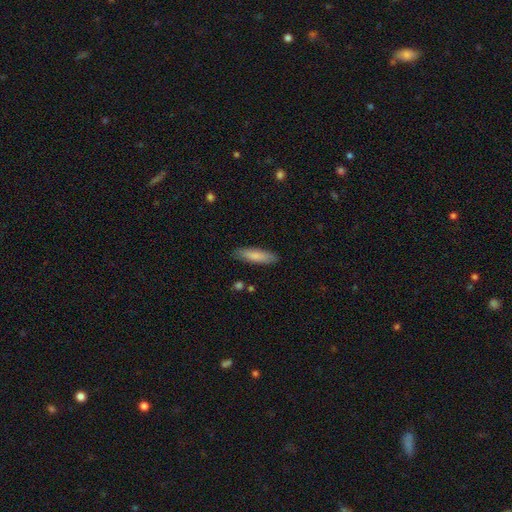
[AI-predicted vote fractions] Smooth or featured: smooth — 82% (featured or disk — 12%)
How rounded: cigar-shaped — 67% (in between — 31%)
Merging: none — 87% (minor disturbance — 10%)